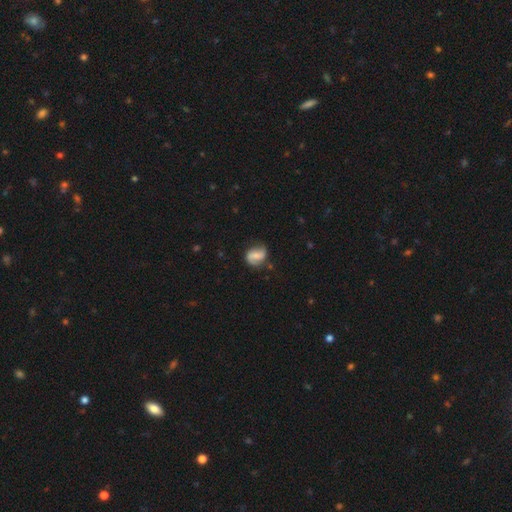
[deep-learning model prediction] Morphology: type=featured or disk (62%); edge-on=no (97%); bar=weak (42%); spiral arms=yes (90%); winding=loose (46%); arm count=2 (86%); bulge=small (41%); merging=none (69%).